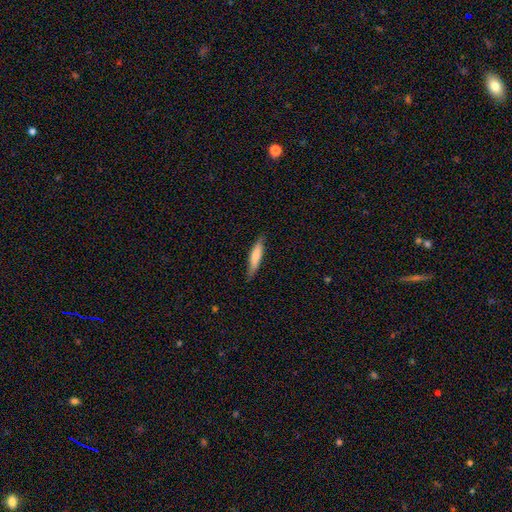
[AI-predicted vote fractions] A smooth galaxy with no disk features (76%) that is cigar-shaped (83%).

Vote fractions:
- Smooth or featured? smooth: 76% / featured or disk: 19% / star or artifact: 5%
- How rounded? cigar-shaped: 83% / in between: 15% / round: 1%
- Merging? none: 82% / minor disturbance: 14% / major disturbance: 2% / merger: 1%